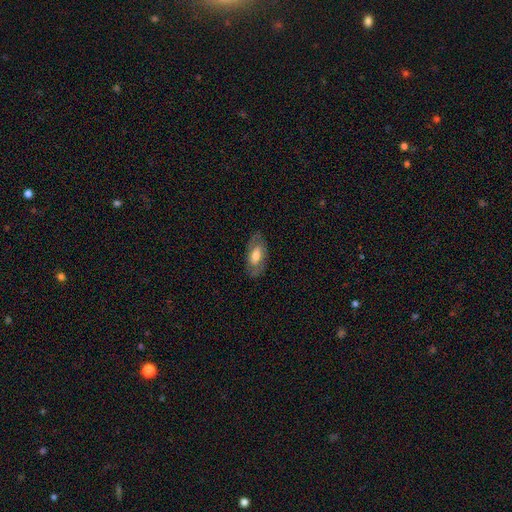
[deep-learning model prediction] Smooth or featured: smooth — 53% (featured or disk — 41%)
How rounded: in between — 90% (cigar-shaped — 6%)
Merging: none — 81% (minor disturbance — 14%)